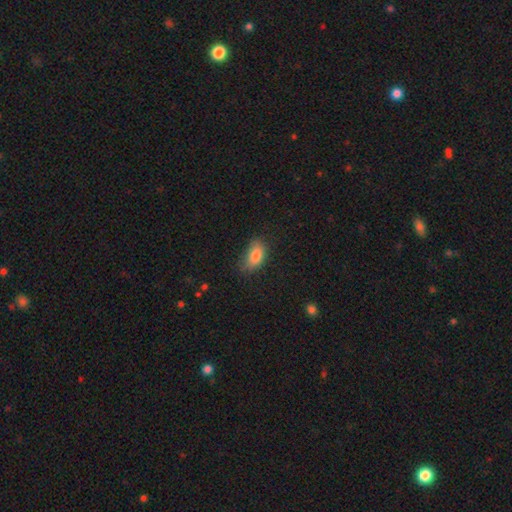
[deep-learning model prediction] Smooth or featured?
  - smooth: 82% *
  - featured or disk: 9%
  - star or artifact: 9%
How rounded?
  - in between: 89% *
  - round: 7%
  - cigar-shaped: 4%
Merging?
  - none: 62% *
  - minor disturbance: 28%
  - major disturbance: 8%
  - merger: 2%